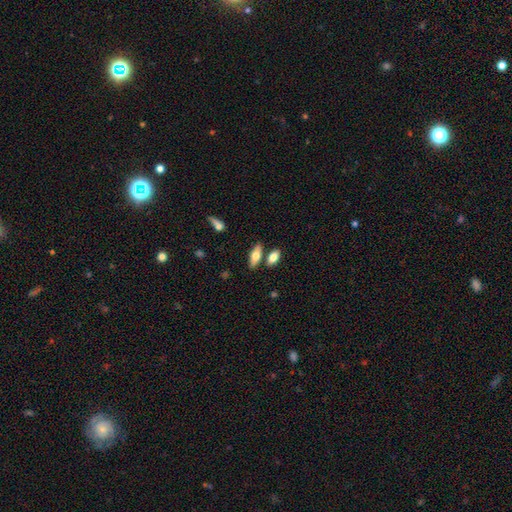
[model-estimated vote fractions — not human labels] A smooth galaxy with no disk features (69%) that is in between round and cigar-shaped (74%). Merging: none (71%).